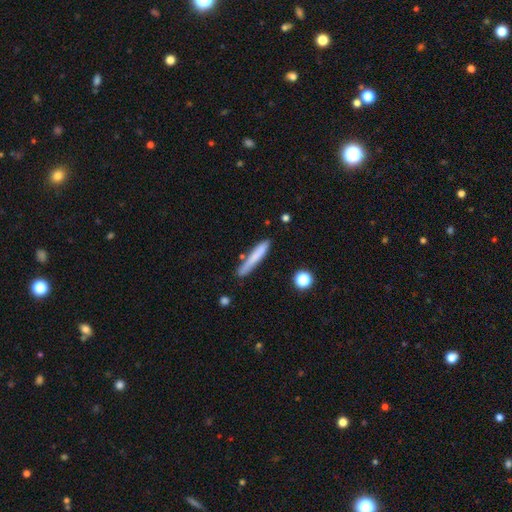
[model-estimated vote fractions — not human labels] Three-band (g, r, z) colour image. It shows a smooth galaxy with no disk features (74%) that is cigar-shaped (94%). Merging: none (78%).